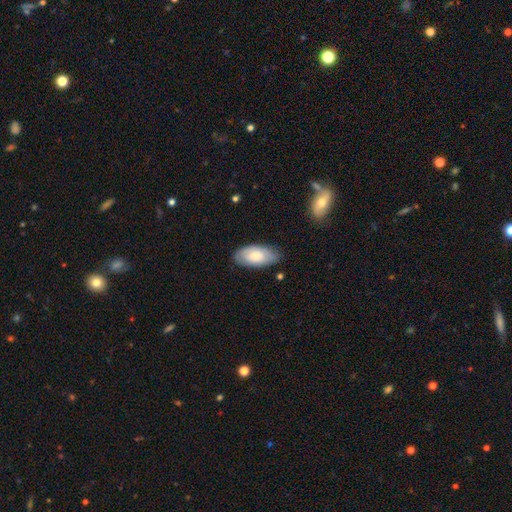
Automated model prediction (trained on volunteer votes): smooth-or-featured: smooth: 67% | featured or disk: 27% | star or artifact: 6%
  how-rounded: in between: 93% | cigar-shaped: 5% | round: 2%
  merging: none: 78% | minor disturbance: 18% | major disturbance: 3% | merger: 1%